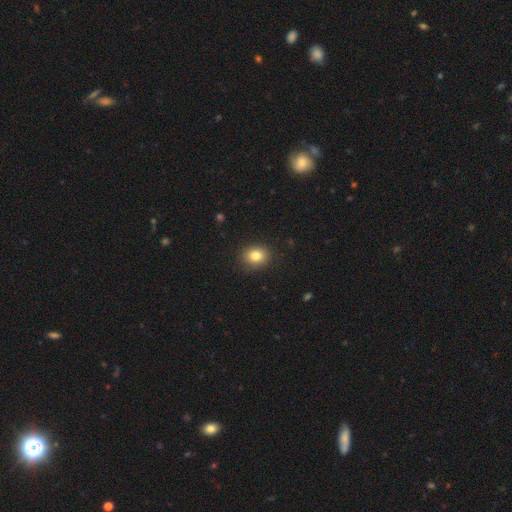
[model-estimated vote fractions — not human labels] This appears to be a smooth galaxy with no disk features (83%) that is round (63%). Merging: none (88%).